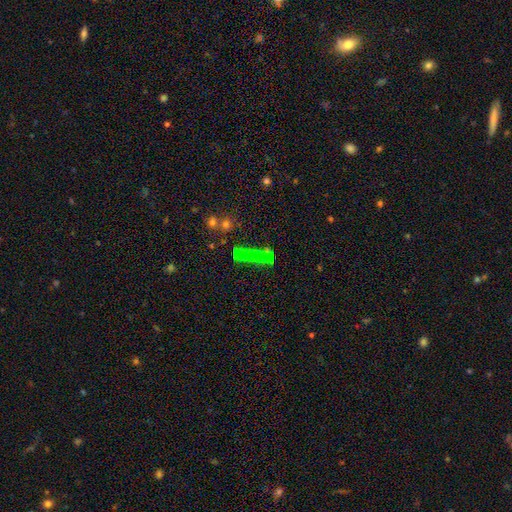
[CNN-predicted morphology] Smooth or featured? Predicted: star or artifact (p=0.43).